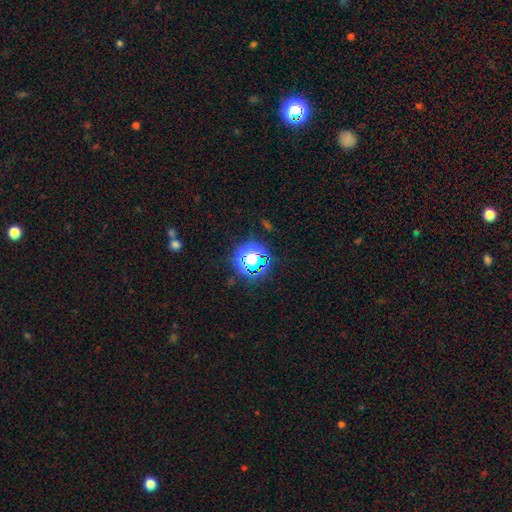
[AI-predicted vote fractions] smooth_or_featured: star or artifact (p=0.66) [alt: smooth p=0.24]